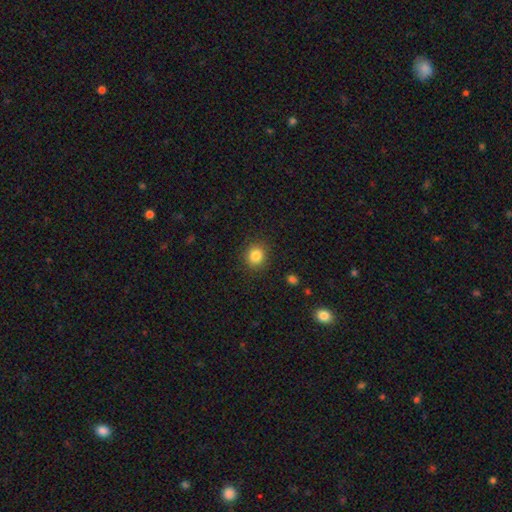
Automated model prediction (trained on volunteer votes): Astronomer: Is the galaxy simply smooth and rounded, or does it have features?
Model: smooth — 84%.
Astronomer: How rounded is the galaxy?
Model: round — 86%.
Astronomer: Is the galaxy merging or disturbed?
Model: none — 90%.